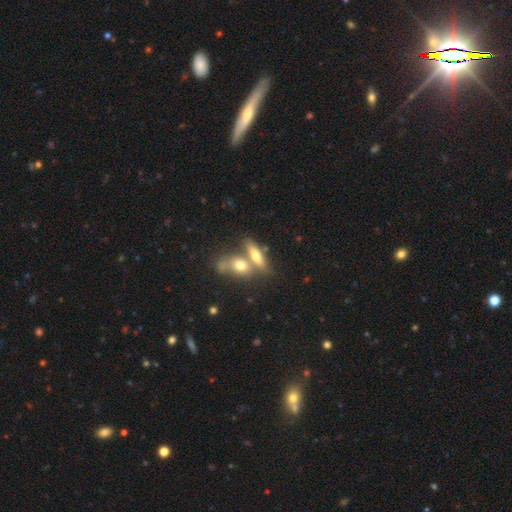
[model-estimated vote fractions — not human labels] Overall: smooth (57%; featured or disk 36%). How rounded: in between (49%; cigar-shaped 42%). Merging: merger (48%; none 39%).